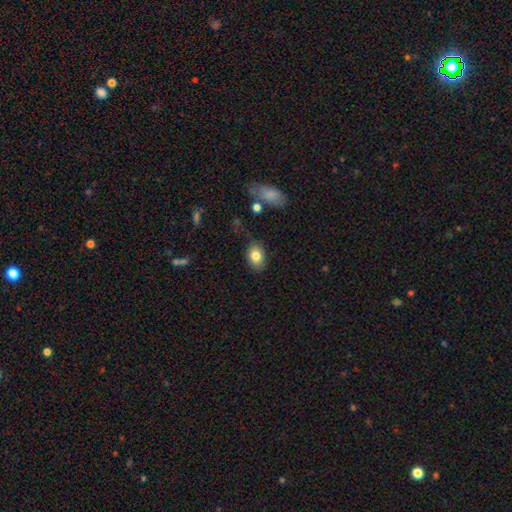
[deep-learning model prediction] smooth-or-featured: smooth: 82% | featured or disk: 10% | star or artifact: 8%
  how-rounded: in between: 78% | round: 20% | cigar-shaped: 1%
  merging: none: 82% | minor disturbance: 13% | major disturbance: 3% | merger: 2%